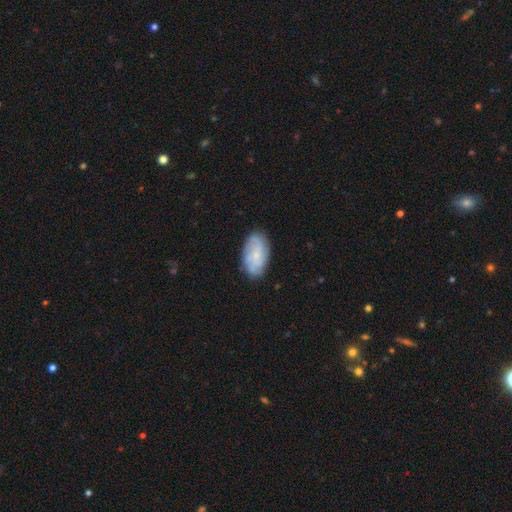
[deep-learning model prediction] Smooth or featured? featured or disk (53%)
Edge-on disk? no (95%)
Bar? no (73%)
Spiral arms? yes (80%)
Bulge size? small (69%)
Merging? none (78%)